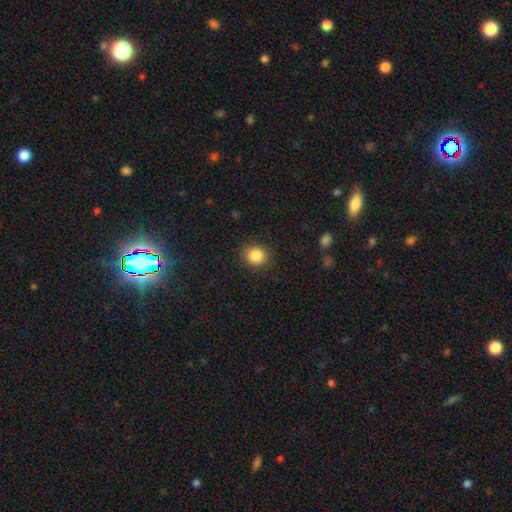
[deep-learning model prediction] This appears to be a smooth galaxy with no disk features (86%) that is round (77%). Merging: none (88%).